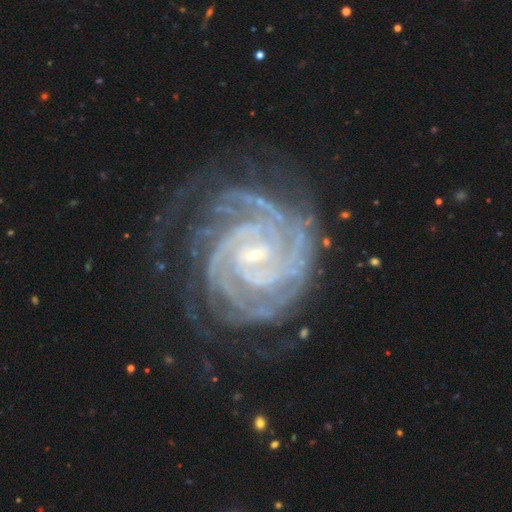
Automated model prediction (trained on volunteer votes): A featured or disk galaxy (92%) with a weak bar (42%), 4 (27%) tight (81%) spiral arms (99%) and a small central bulge (82%).

Vote fractions:
- Smooth or featured? featured or disk: 92% / star or artifact: 5% / smooth: 3%
- Edge-on disk? no: 98% / yes: 2%
- Bar? weak: 42% / no: 36% / strong: 22%
- Spiral arms? yes: 99% / no: 1%
- Spiral winding? tight: 81% / medium: 17% / loose: 2%
- Spiral arm count? 4: 27% / 3: 19% / can't tell: 17% / 2: 16% / more than 4: 13% / 1: 8%
- Bulge size? small: 82% / moderate: 13% / none: 3% / large: 1% / dominant: 1%
- Merging? none: 68% / minor disturbance: 20% / major disturbance: 11% / merger: 2%